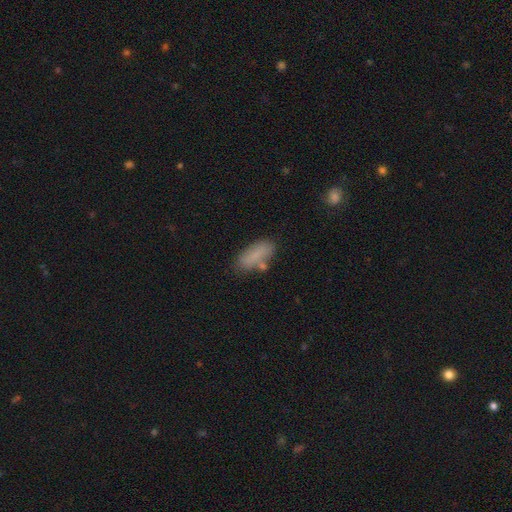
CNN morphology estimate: Smooth or featured? Predicted: smooth (p=0.80). How rounded? Predicted: in between (p=0.70). Merging? Predicted: none (p=0.69).